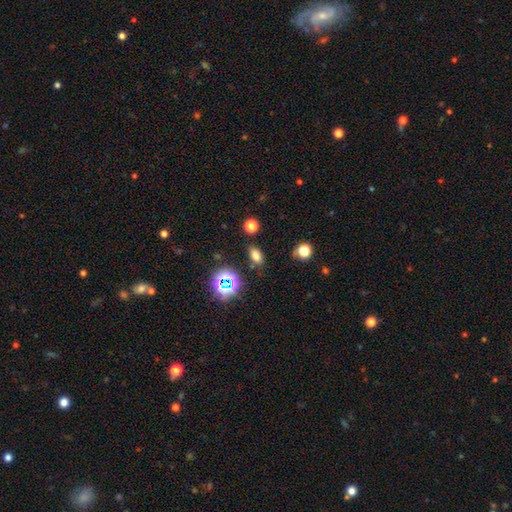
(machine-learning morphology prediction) A smooth galaxy with no disk features (72%) that is in between round and cigar-shaped (83%). Merging: none (83%).